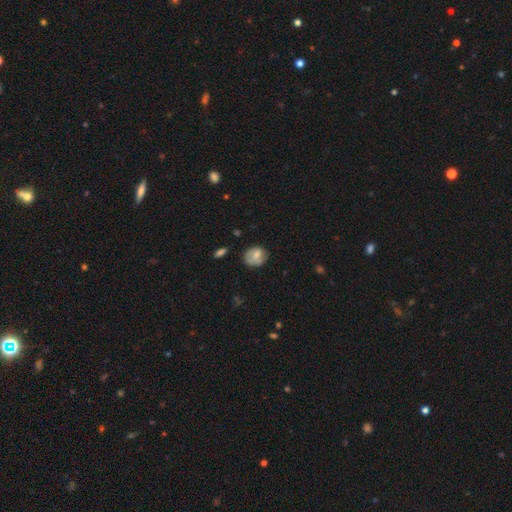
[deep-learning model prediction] Q: Smooth or featured?
A: smooth (66%); runner-up: featured or disk (27%)
Q: How rounded?
A: round (64%); runner-up: in between (35%)
Q: Merging?
A: none (61%); runner-up: minor disturbance (27%)